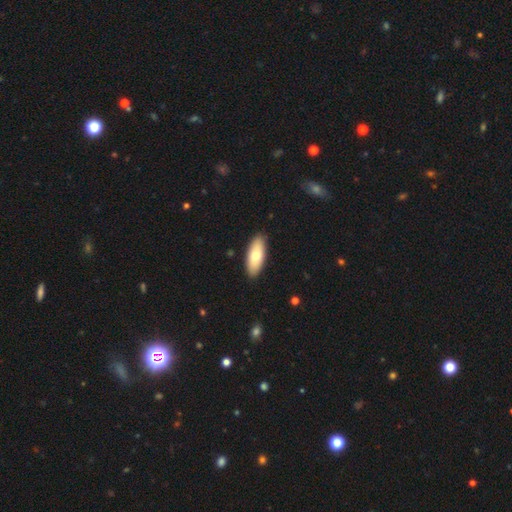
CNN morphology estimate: smooth-or-featured: smooth: 73% | featured or disk: 22% | star or artifact: 5%
  how-rounded: in between: 80% | cigar-shaped: 18% | round: 2%
  merging: none: 89% | minor disturbance: 8% | major disturbance: 2% | merger: 1%